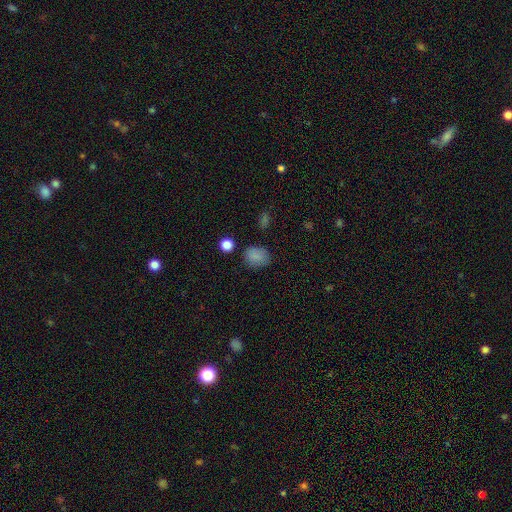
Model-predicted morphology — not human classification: Q: Smooth or featured?
A: smooth (83%); runner-up: star or artifact (12%)
Q: How rounded?
A: round (53%); runner-up: in between (46%)
Q: Merging?
A: none (79%); runner-up: minor disturbance (15%)